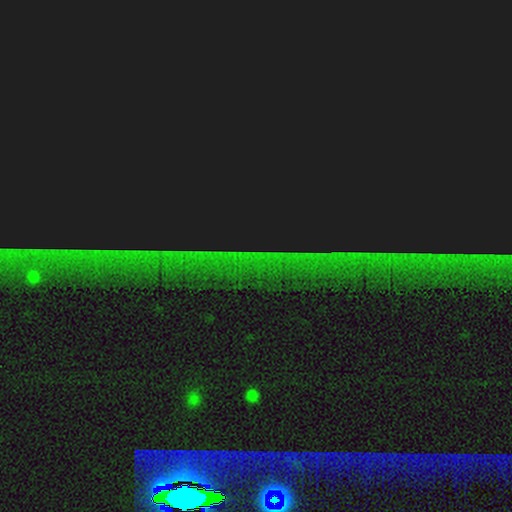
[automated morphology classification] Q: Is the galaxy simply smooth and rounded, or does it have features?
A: star or artifact — 86%.